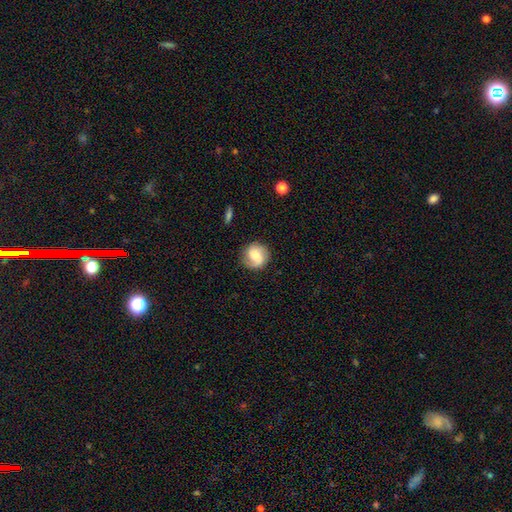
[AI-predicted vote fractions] Overall: featured or disk (49%; smooth 43%). Merging: none (80%).